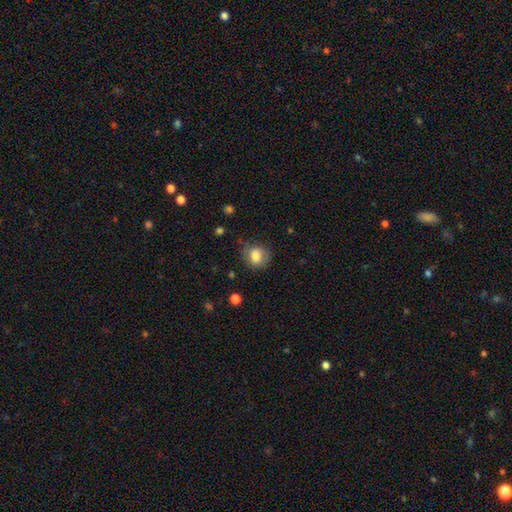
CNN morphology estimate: This is likely a smooth galaxy (80%). How rounded: likely round (68%). Merging: likely none (69%).